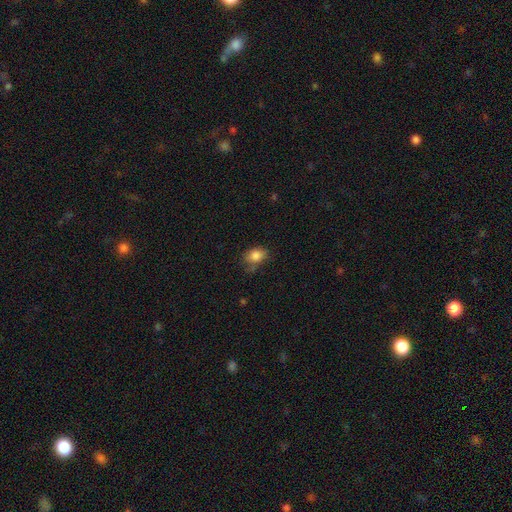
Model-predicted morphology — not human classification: Smooth or featured: smooth — 83% (star or artifact — 9%)
How rounded: in between — 67% (round — 32%)
Merging: none — 55% (minor disturbance — 31%)